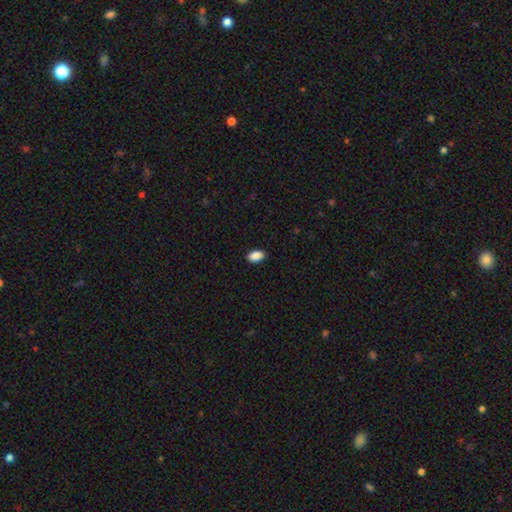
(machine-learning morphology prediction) Smooth or featured: smooth — 89% (star or artifact — 7%)
How rounded: in between — 92% (round — 6%)
Merging: none — 90% (minor disturbance — 8%)